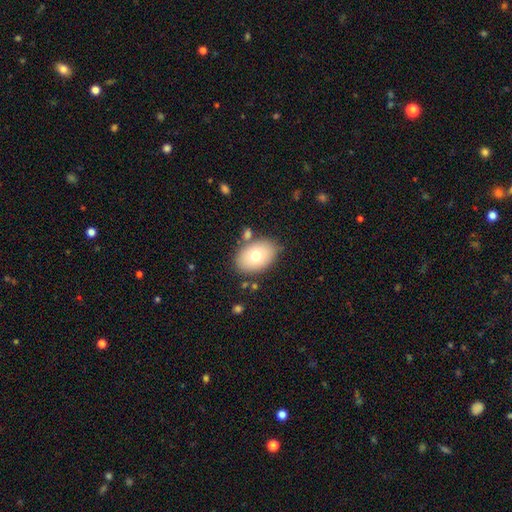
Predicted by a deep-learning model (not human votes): Smooth or featured: smooth — 73% (featured or disk — 19%)
How rounded: in between — 83% (round — 16%)
Merging: none — 79% (minor disturbance — 13%)